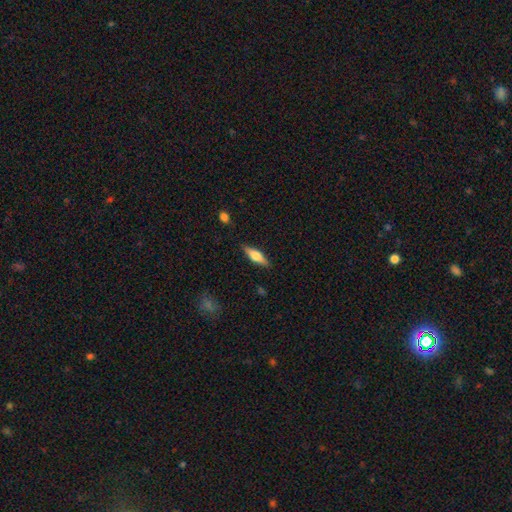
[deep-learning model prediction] This appears to be a smooth galaxy with no disk features (53%) that is cigar-shaped (51%). Merging: none (86%).